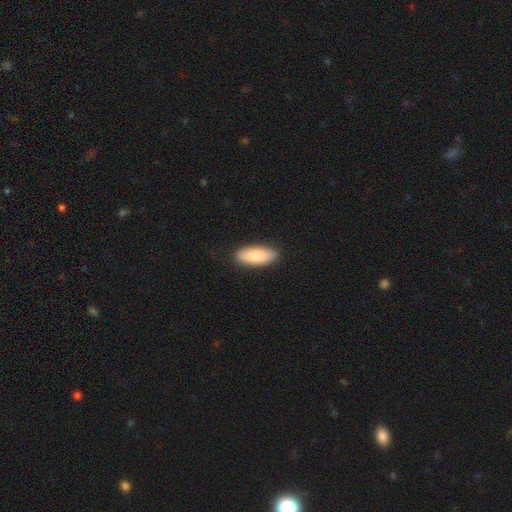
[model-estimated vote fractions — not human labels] A smooth galaxy with no disk features (88%) that is in between round and cigar-shaped (76%). Merging: none (88%).